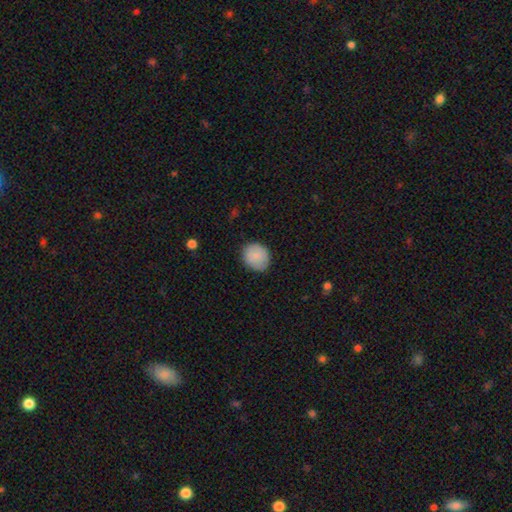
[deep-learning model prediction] Overall: smooth (86%). How rounded: round (75%). Merging: none (82%).